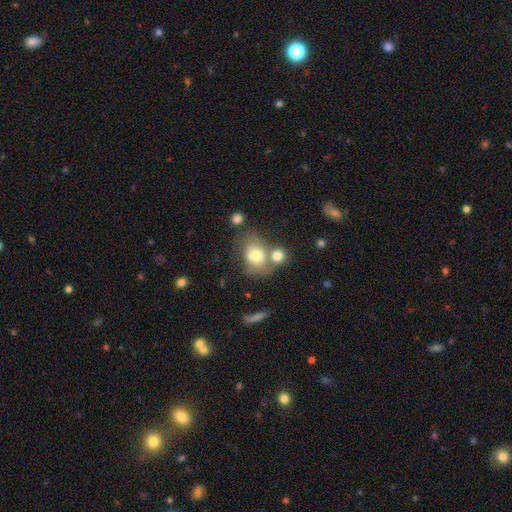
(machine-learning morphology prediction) Smooth or featured? Predicted: smooth (p=0.72). How rounded? Predicted: in between (p=0.52). Merging? Predicted: merger (p=0.44).